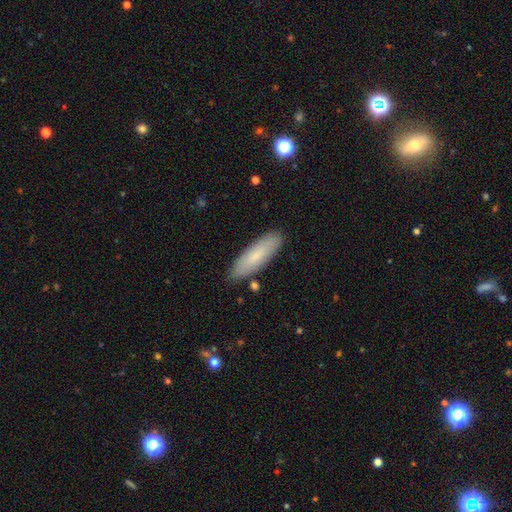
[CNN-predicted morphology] Smooth or featured?
  - smooth: 78% *
  - featured or disk: 15%
  - star or artifact: 6%
How rounded?
  - cigar-shaped: 56% *
  - in between: 42%
  - round: 1%
Merging?
  - none: 87% *
  - minor disturbance: 9%
  - major disturbance: 2%
  - merger: 2%